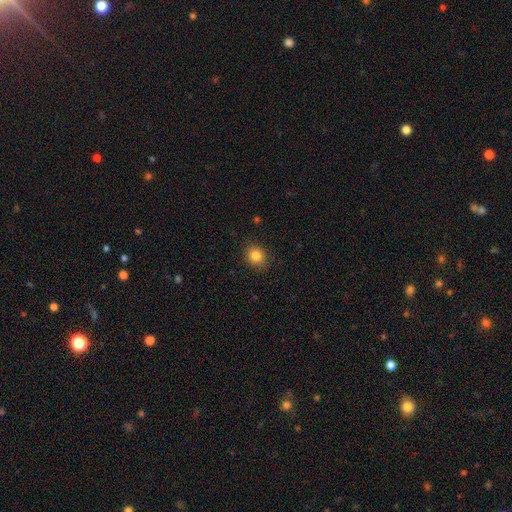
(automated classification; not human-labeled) Overall: smooth (84%). How rounded: round (71%). Merging: none (87%).